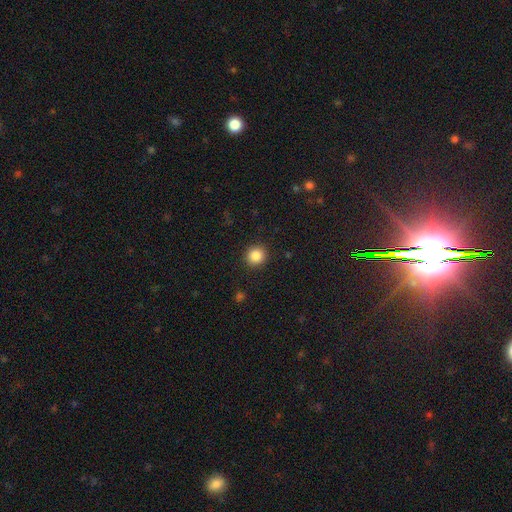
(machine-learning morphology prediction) This is clearly a smooth galaxy (86%). How rounded: clearly round (93%). Merging: clearly none (91%).